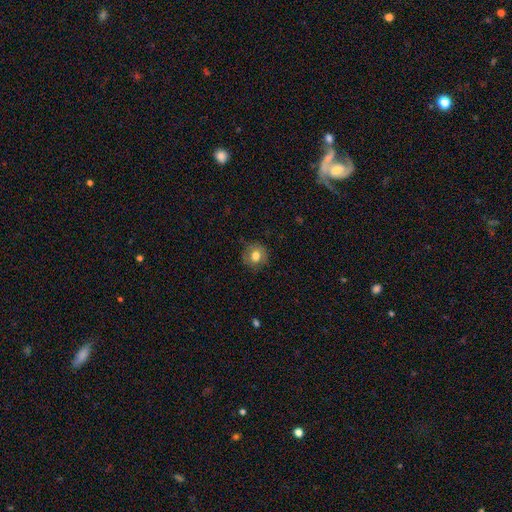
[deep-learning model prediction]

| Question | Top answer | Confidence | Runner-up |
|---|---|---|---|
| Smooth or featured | smooth | 77% | featured or disk (13%) |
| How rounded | round | 87% | in between (12%) |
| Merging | none | 83% | minor disturbance (13%) |